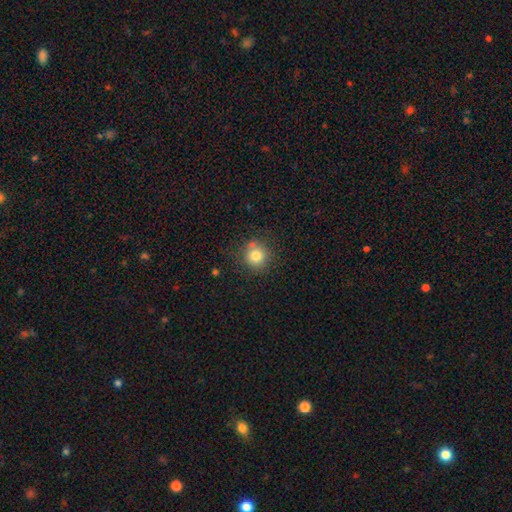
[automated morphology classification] smooth 80%, star or artifact 12%, featured or disk 8%. Down the decision tree: how rounded — round (91%); merging — none (78%).